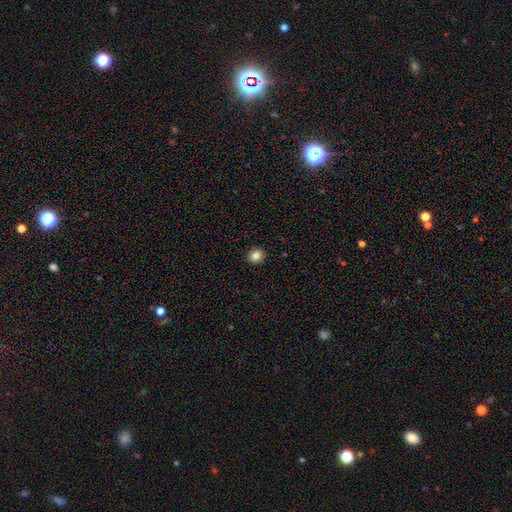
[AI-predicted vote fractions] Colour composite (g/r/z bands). It shows a smooth galaxy with no disk features (85%) that is round (77%). Merging: none (92%).